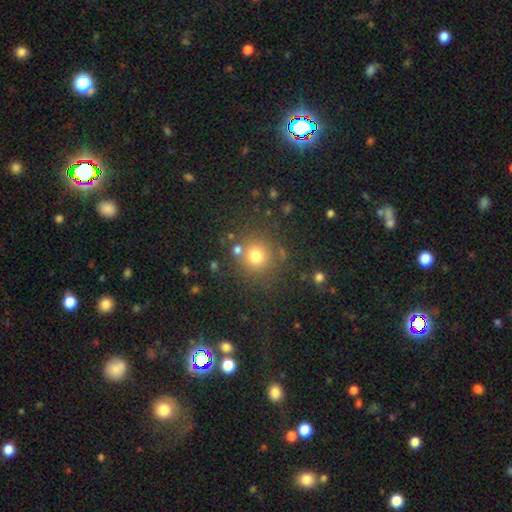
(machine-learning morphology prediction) Q: Smooth or featured?
A: smooth (75%); runner-up: star or artifact (17%)
Q: How rounded?
A: round (90%); runner-up: in between (9%)
Q: Merging?
A: none (77%); runner-up: minor disturbance (10%)